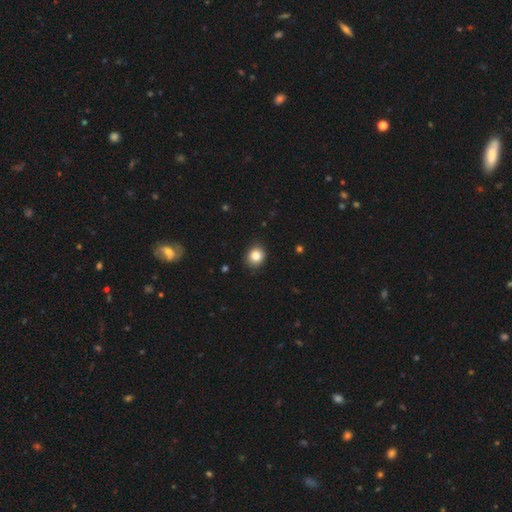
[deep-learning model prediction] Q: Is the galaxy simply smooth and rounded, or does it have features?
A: smooth — 84%.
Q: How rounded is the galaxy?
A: round — 80%.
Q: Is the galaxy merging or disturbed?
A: none — 87%.